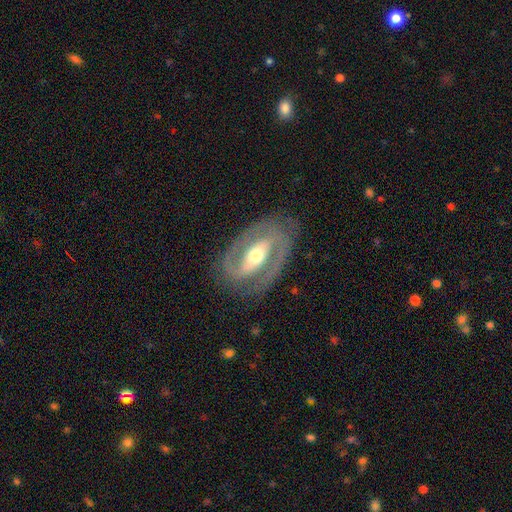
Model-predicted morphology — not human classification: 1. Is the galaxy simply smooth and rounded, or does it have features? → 88% featured or disk, 7% smooth, 4% star or artifact.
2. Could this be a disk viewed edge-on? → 95% no, 5% yes.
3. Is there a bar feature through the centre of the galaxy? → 49% strong, 32% weak, 19% no.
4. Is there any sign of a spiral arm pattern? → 93% yes, 7% no.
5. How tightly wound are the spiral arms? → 48% tight, 41% medium, 11% loose.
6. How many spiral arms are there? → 89% 2, 4% can't tell, 3% 1, 2% 3, 1% 4, 1% more than 4.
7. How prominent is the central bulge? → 66% moderate, 26% small, 6% large, 1% dominant, 1% none.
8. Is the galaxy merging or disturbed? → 81% none, 13% minor disturbance, 5% major disturbance, 1% merger.